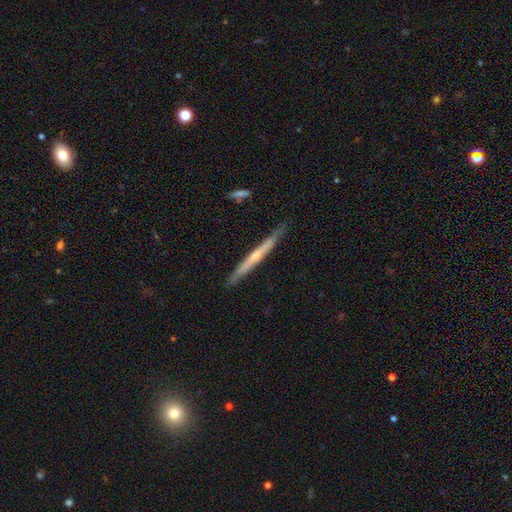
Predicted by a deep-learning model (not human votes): Q: Smooth or featured?
A: featured or disk (61%); runner-up: smooth (33%)
Q: Edge-on disk?
A: yes (97%); runner-up: no (3%)
Q: Edge-on bulge?
A: none (53%); runner-up: rounded (41%)
Q: Merging?
A: none (86%); runner-up: minor disturbance (10%)